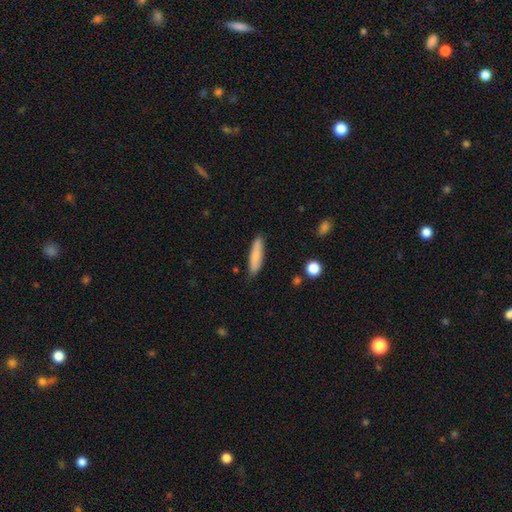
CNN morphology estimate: A smooth galaxy with no disk features (79%) that is cigar-shaped (74%).

Vote fractions:
- Smooth or featured? smooth: 79% / featured or disk: 15% / star or artifact: 6%
- How rounded? cigar-shaped: 74% / in between: 25% / round: 2%
- Merging? none: 84% / minor disturbance: 13% / major disturbance: 2% / merger: 2%